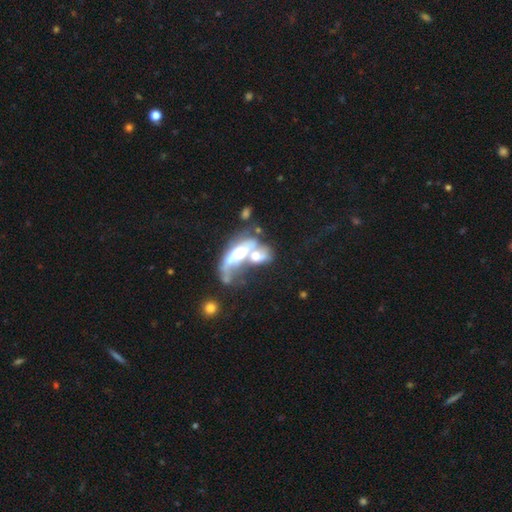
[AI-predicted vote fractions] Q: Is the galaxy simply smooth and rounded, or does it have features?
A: featured or disk — 59%.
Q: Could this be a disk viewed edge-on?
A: no — 89%.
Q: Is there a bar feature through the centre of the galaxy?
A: no — 76%.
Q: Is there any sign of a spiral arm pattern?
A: no — 67%.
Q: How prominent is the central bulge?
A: moderate — 51%.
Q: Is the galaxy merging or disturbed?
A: merger — 72%.